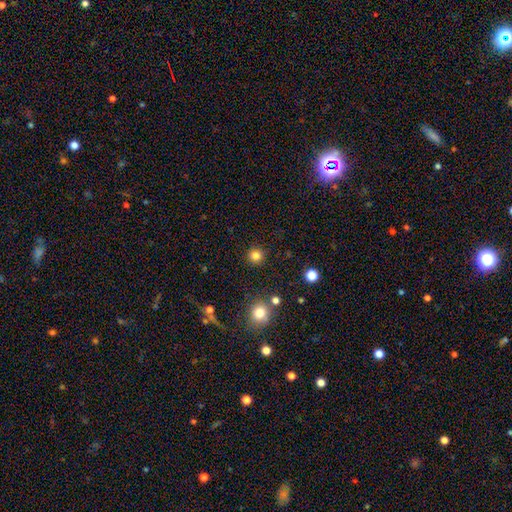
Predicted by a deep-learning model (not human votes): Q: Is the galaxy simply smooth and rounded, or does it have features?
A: smooth — 82%.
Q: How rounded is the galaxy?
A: round — 94%.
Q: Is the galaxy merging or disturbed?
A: none — 91%.